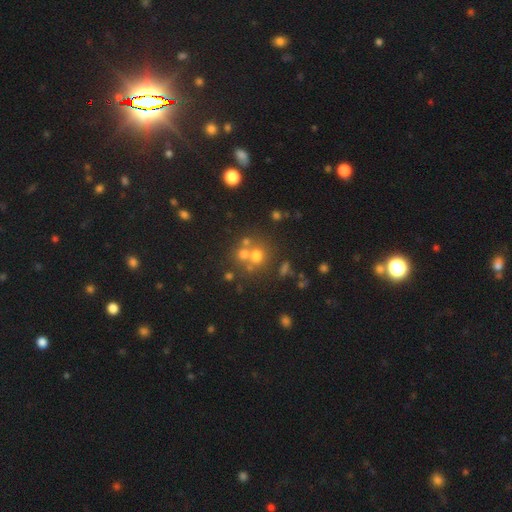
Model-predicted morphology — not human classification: smooth_or_featured: smooth (p=0.59) [alt: star or artifact p=0.23]
how_rounded: round (p=0.85) [alt: in between p=0.14]
merging: none (p=0.52) [alt: merger p=0.35]